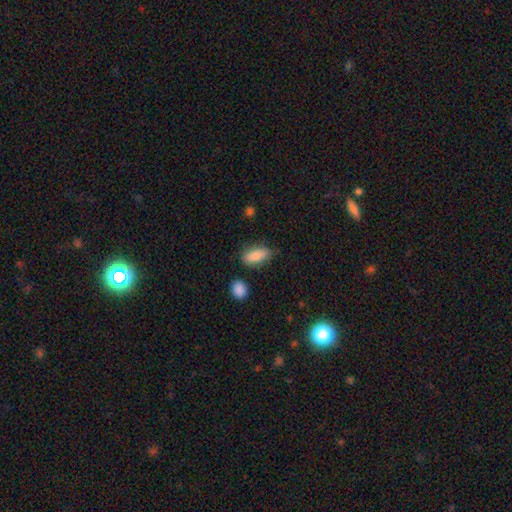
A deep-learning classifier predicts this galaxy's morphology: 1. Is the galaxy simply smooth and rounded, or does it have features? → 84% smooth, 10% featured or disk, 7% star or artifact.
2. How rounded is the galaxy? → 82% in between, 14% cigar-shaped, 3% round.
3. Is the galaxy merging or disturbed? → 75% none, 17% minor disturbance, 4% major disturbance, 4% merger.